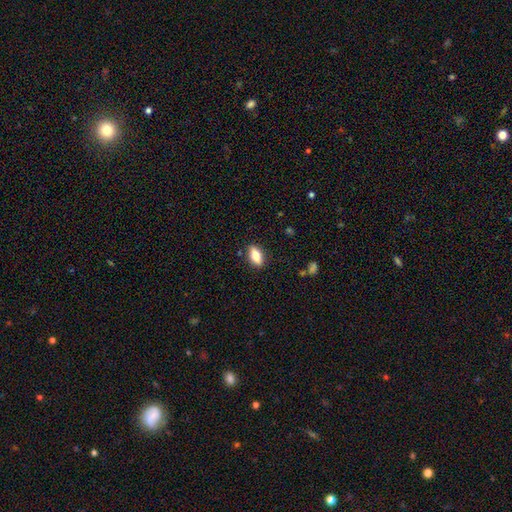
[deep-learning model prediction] A smooth galaxy with no disk features (71%) that is in between round and cigar-shaped (81%).

Vote fractions:
- Smooth or featured? smooth: 71% / featured or disk: 21% / star or artifact: 7%
- How rounded? in between: 81% / cigar-shaped: 14% / round: 5%
- Merging? none: 87% / minor disturbance: 10% / major disturbance: 2% / merger: 1%